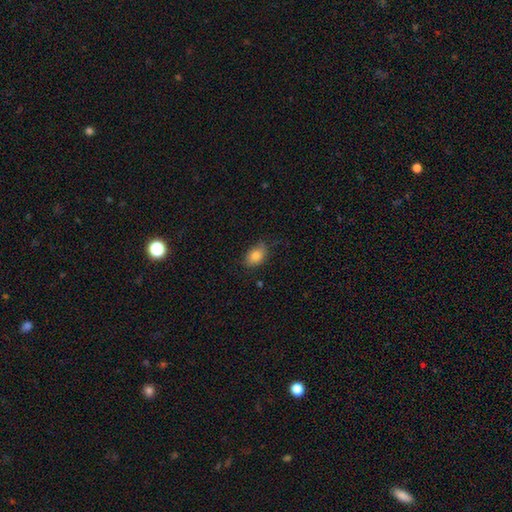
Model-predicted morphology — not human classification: type=smooth (85%); roundness=in between (83%); merging=none (73%).